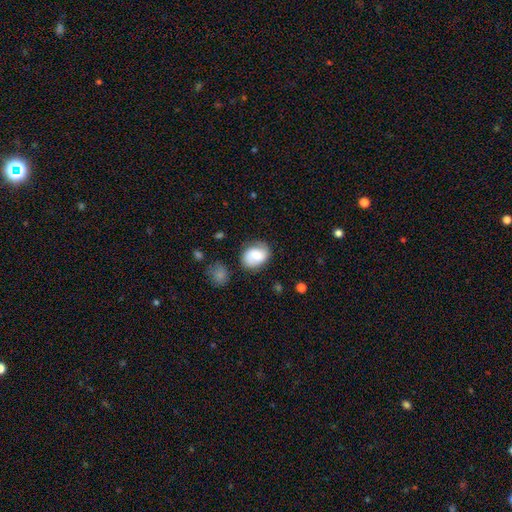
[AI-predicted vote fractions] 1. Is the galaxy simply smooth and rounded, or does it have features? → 68% smooth, 24% featured or disk, 8% star or artifact.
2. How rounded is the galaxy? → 62% in between, 37% round, 1% cigar-shaped.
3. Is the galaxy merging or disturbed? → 68% none, 22% minor disturbance, 7% major disturbance, 3% merger.